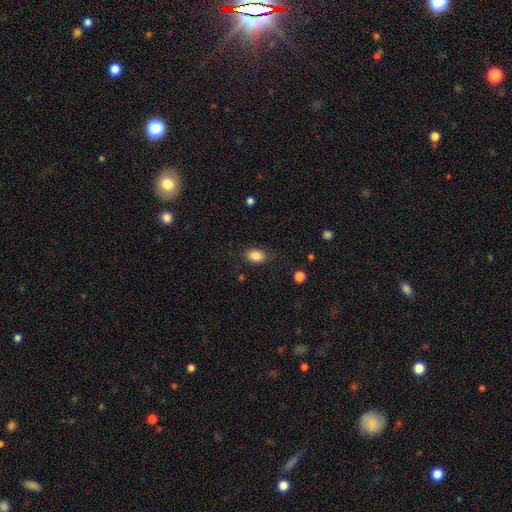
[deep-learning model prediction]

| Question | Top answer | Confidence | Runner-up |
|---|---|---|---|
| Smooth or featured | smooth | 86% | star or artifact (8%) |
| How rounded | in between | 80% | round (18%) |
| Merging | none | 77% | minor disturbance (17%) |